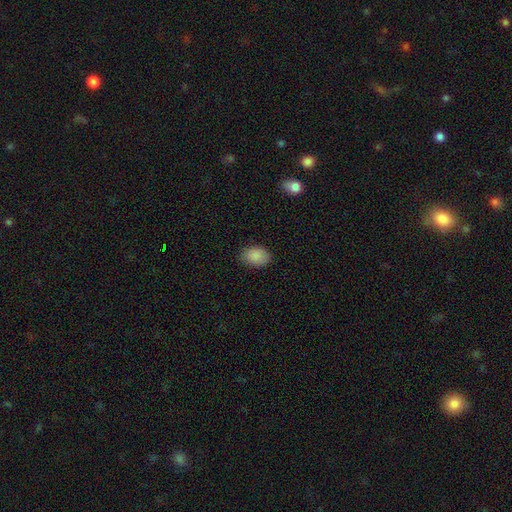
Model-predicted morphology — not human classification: This appears to be a smooth galaxy with no disk features (88%) that is in between round and cigar-shaped (78%). Merging: none (82%).